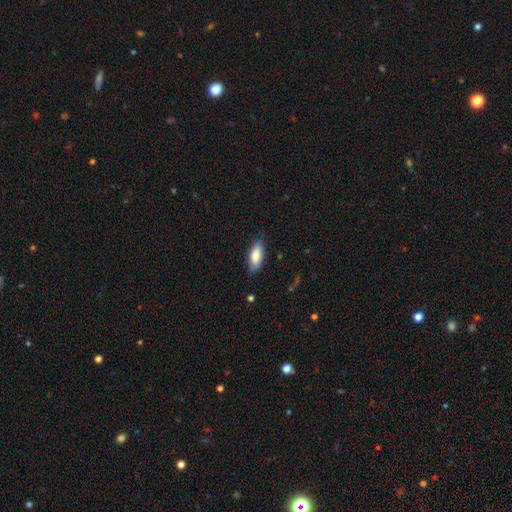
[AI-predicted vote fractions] Smooth or featured: smooth — 83% (featured or disk — 11%)
How rounded: in between — 80% (cigar-shaped — 18%)
Merging: none — 78% (minor disturbance — 17%)